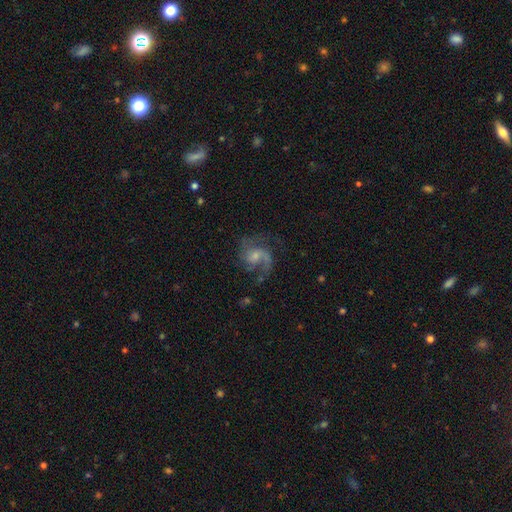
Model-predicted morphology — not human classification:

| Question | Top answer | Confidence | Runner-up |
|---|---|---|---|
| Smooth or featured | featured or disk | 83% | smooth (10%) |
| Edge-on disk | no | 98% | yes (2%) |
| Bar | no | 56% | weak (37%) |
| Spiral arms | yes | 95% | no (5%) |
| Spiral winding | medium | 52% | loose (33%) |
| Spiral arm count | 2 | 62% | 1 (18%) |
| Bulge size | small | 51% | moderate (35%) |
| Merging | none | 60% | major disturbance (20%) |